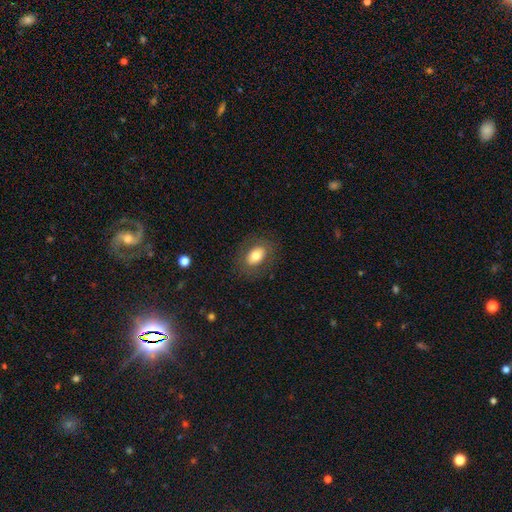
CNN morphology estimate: smooth 75%, featured or disk 17%, star or artifact 8%. Down the decision tree: how rounded — in between (81%); merging — none (83%).